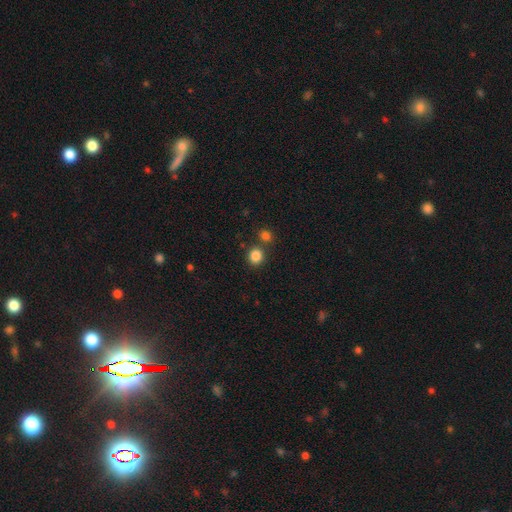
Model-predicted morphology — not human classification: Smooth or featured? Predicted: smooth (p=0.85). How rounded? Predicted: round (p=0.87). Merging? Predicted: none (p=0.75).